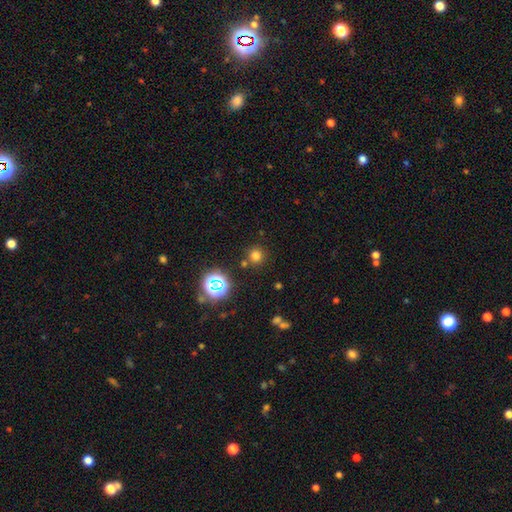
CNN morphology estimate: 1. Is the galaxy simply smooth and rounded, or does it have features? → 71% smooth, 23% star or artifact, 6% featured or disk.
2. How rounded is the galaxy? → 93% round, 6% in between, 1% cigar-shaped.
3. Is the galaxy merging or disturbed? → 80% none, 10% merger, 7% minor disturbance, 3% major disturbance.